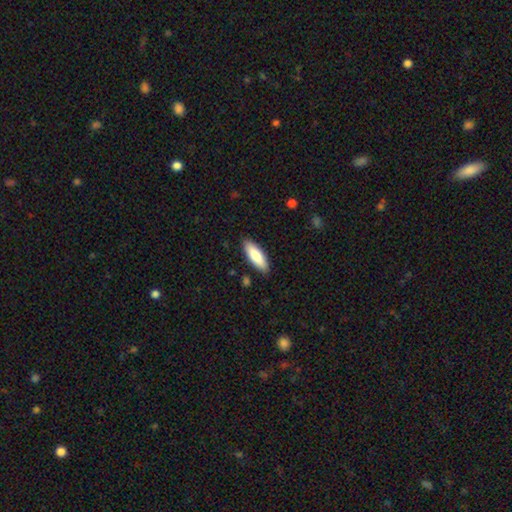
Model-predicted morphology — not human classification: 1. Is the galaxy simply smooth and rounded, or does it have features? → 82% smooth, 12% featured or disk, 5% star or artifact.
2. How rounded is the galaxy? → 60% in between, 38% cigar-shaped, 2% round.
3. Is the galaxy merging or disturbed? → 88% none, 9% minor disturbance, 2% major disturbance, 1% merger.